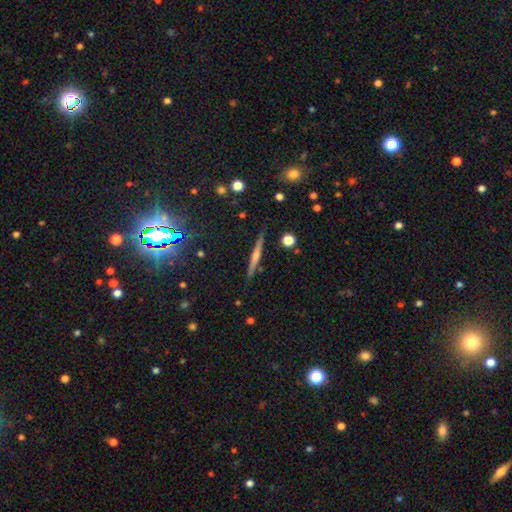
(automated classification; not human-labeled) Q: Smooth or featured?
A: featured or disk (61%); runner-up: smooth (22%)
Q: Edge-on disk?
A: yes (97%); runner-up: no (3%)
Q: Edge-on bulge?
A: rounded (71%); runner-up: none (20%)
Q: Merging?
A: none (89%); runner-up: minor disturbance (8%)